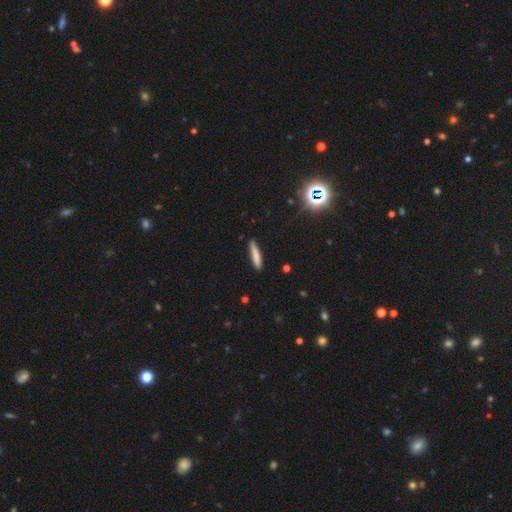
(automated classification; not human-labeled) Overall: smooth (80%). How rounded: cigar-shaped (89%). Merging: none (87%).